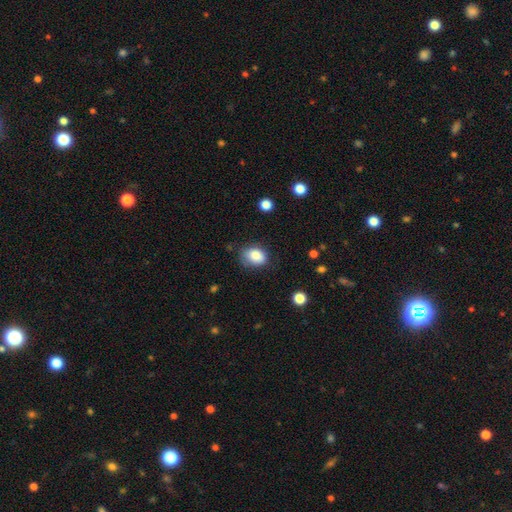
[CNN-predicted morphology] Smooth or featured? Predicted: smooth (p=0.84). How rounded? Predicted: in between (p=0.68). Merging? Predicted: none (p=0.63).